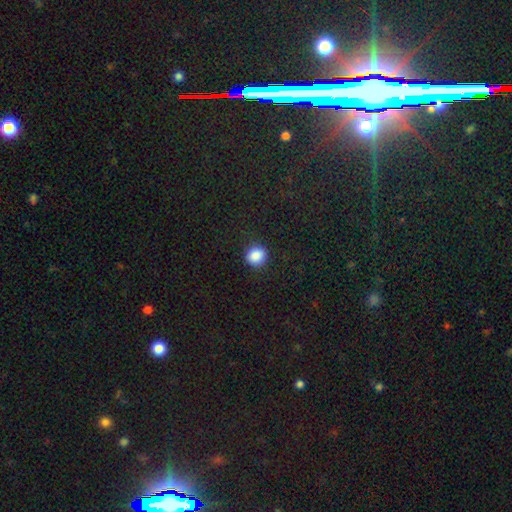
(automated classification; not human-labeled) This is clearly a smooth galaxy (87%). How rounded: clearly round (87%). Merging: clearly none (89%).